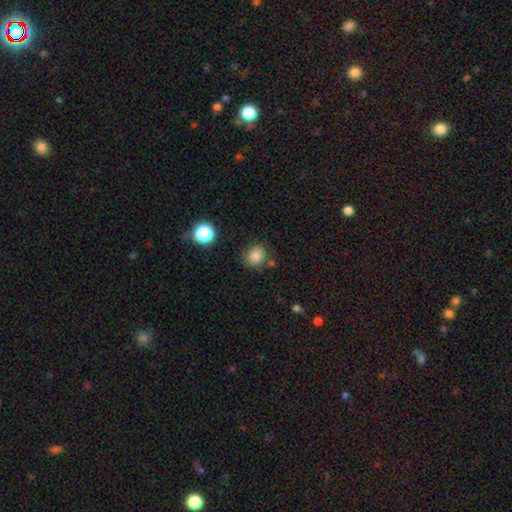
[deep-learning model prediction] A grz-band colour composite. It shows a smooth galaxy with no disk features (82%) that is round (79%). Merging: none (78%).